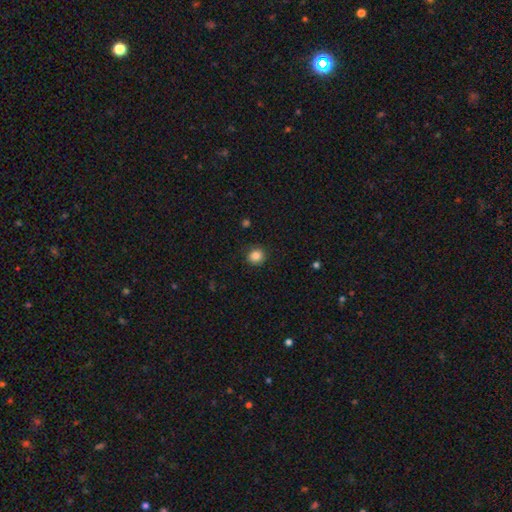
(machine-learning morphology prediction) The model was most divided on "how rounded": round: 87%, in between: 13%, cigar-shaped: 1%. More confident: merging — none (87%); smooth or featured — smooth (86%).